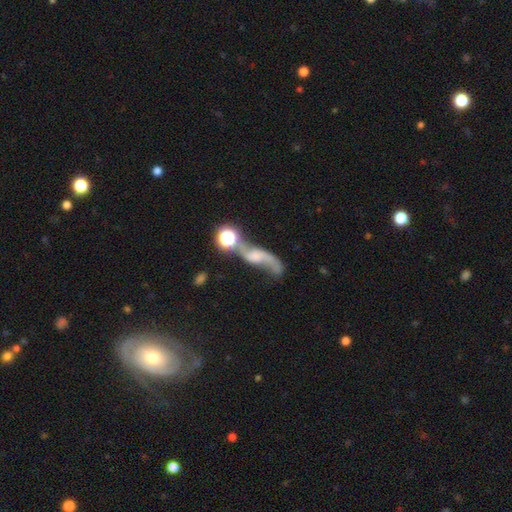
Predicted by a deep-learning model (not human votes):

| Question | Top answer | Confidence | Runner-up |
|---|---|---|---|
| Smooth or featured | featured or disk | 70% | smooth (17%) |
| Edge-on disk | no | 88% | yes (12%) |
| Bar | no | 56% | weak (32%) |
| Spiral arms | yes | 89% | no (11%) |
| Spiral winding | loose | 83% | medium (13%) |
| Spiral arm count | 2 | 83% | 1 (10%) |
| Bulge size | small | 35% | none (28%) |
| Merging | none | 40% | merger (23%) |